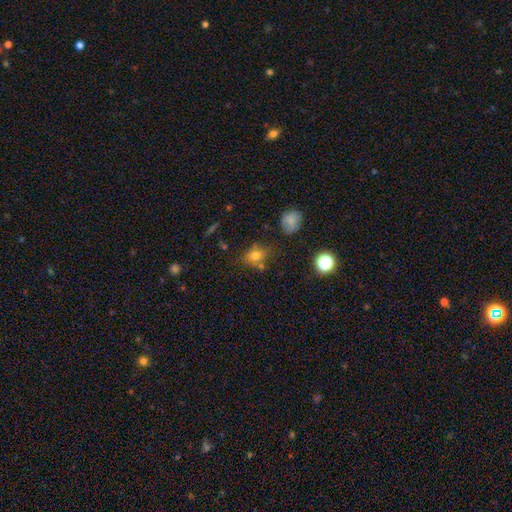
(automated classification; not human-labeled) A smooth galaxy with no disk features (72%) that is in between round and cigar-shaped (50%). Merging: none (63%).